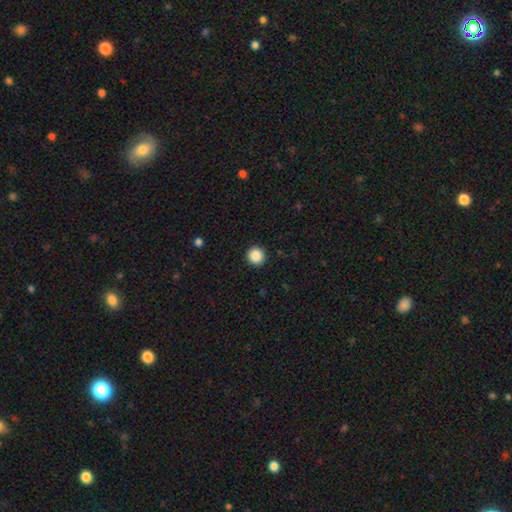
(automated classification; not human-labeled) Morphology: type=smooth (87%); roundness=round (96%); merging=none (93%).